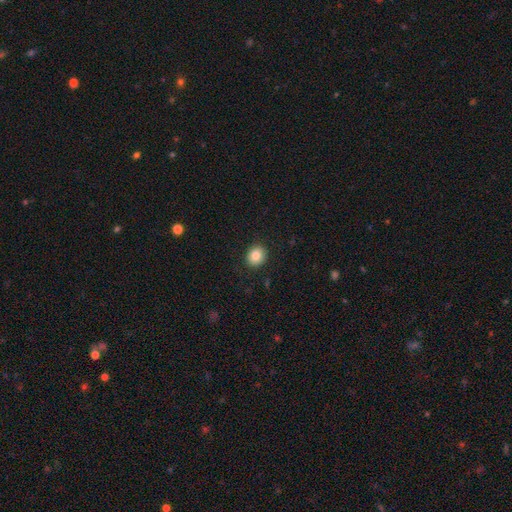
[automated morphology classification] A smooth galaxy with no disk features (83%) that is round (71%).

Vote fractions:
- Smooth or featured? smooth: 83% / star or artifact: 9% / featured or disk: 8%
- How rounded? round: 71% / in between: 28% / cigar-shaped: 1%
- Merging? none: 90% / minor disturbance: 7% / major disturbance: 2% / merger: 1%